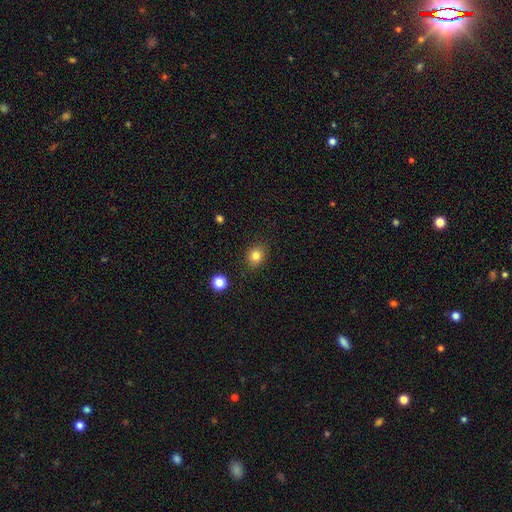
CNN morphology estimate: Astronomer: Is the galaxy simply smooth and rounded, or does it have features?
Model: smooth — 82%.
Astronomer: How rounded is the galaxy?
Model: round — 70%.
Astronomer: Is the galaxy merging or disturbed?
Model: none — 87%.